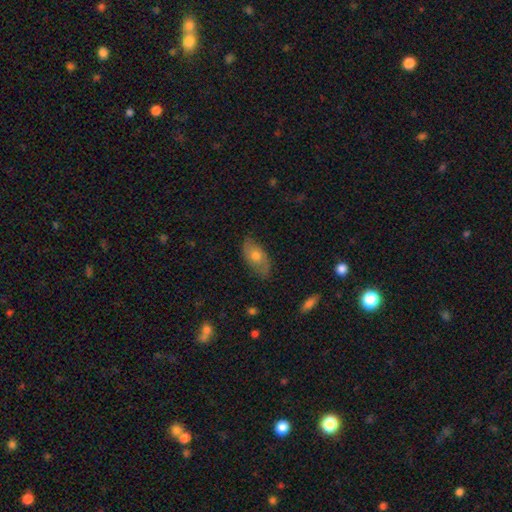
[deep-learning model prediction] The model was most divided on "smooth or featured": smooth: 49%, featured or disk: 43%, star or artifact: 8%. More confident: merging — none (77%).